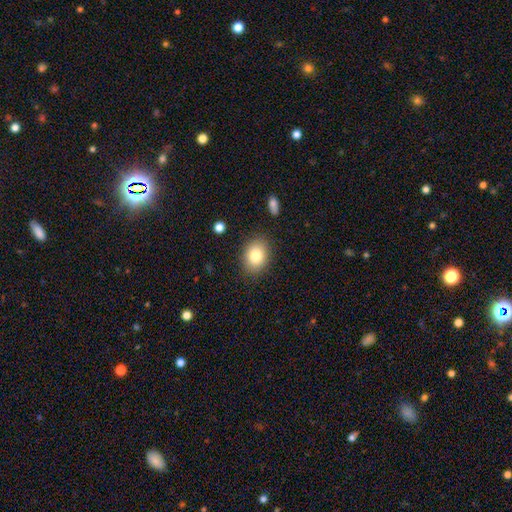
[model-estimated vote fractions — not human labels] A smooth galaxy with no disk features (83%) that is in between round and cigar-shaped (64%). Merging: none (85%).